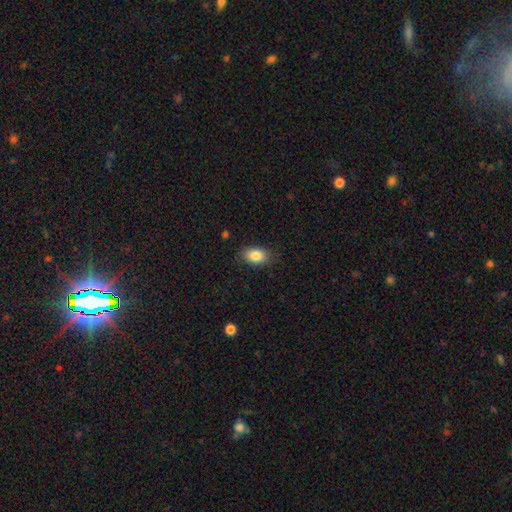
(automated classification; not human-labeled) Overall: smooth (86%). How rounded: in between (87%). Merging: none (85%).